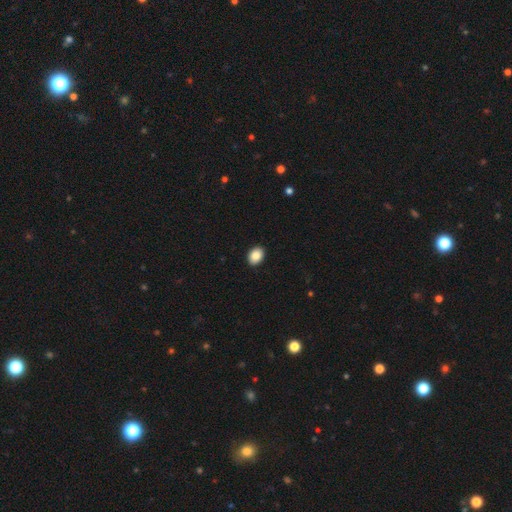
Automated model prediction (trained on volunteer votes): This is clearly a smooth galaxy (88%). How rounded: likely in between (71%). Merging: clearly none (91%).